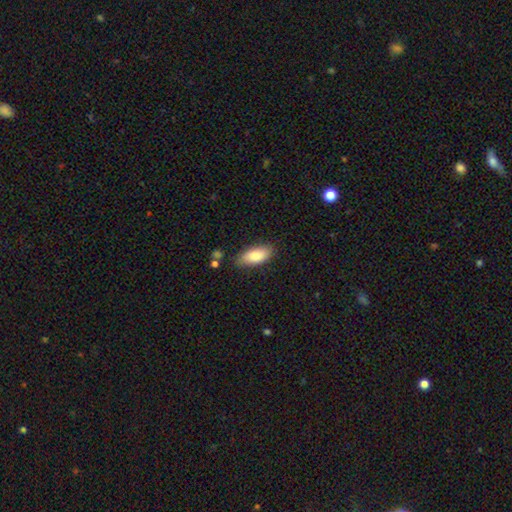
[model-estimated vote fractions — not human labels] This is clearly a smooth galaxy (85%). How rounded: clearly in between (87%). Merging: clearly none (80%).